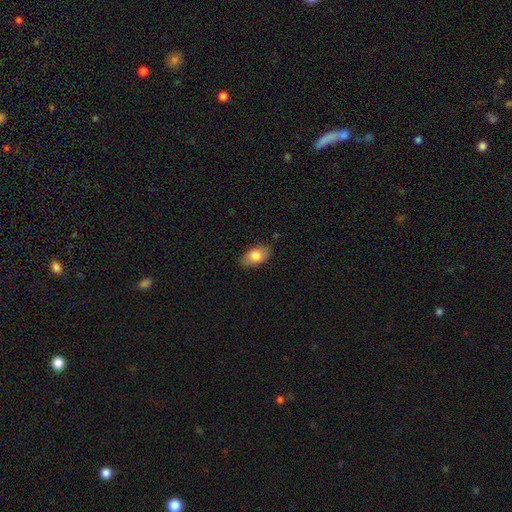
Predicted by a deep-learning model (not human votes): Q: Smooth or featured?
A: smooth (80%); runner-up: featured or disk (13%)
Q: How rounded?
A: in between (91%); runner-up: round (6%)
Q: Merging?
A: none (82%); runner-up: minor disturbance (14%)